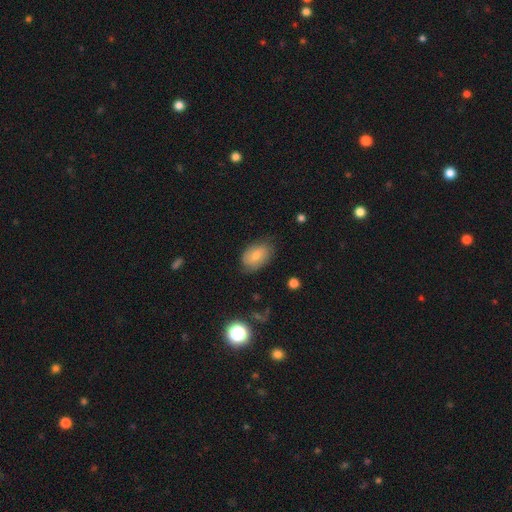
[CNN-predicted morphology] Q: Smooth or featured?
A: smooth (67%); runner-up: featured or disk (25%)
Q: How rounded?
A: in between (90%); runner-up: round (9%)
Q: Merging?
A: none (74%); runner-up: minor disturbance (20%)